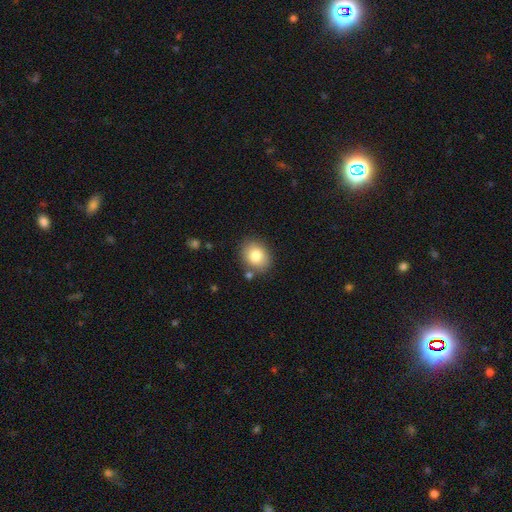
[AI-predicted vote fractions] Smooth or featured? smooth (82%)
How rounded? in between (59%)
Merging? none (81%)